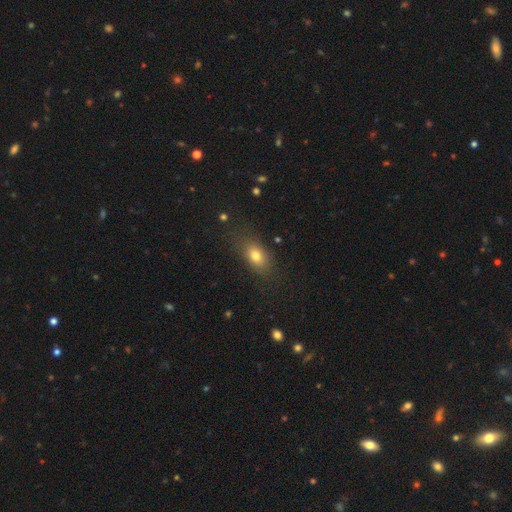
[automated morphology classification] A smooth galaxy with no disk features (78%) that is in between round and cigar-shaped (80%).

Vote fractions:
- Smooth or featured? smooth: 78% / featured or disk: 12% / star or artifact: 11%
- How rounded? in between: 80% / round: 14% / cigar-shaped: 6%
- Merging? none: 76% / minor disturbance: 16% / major disturbance: 7% / merger: 2%